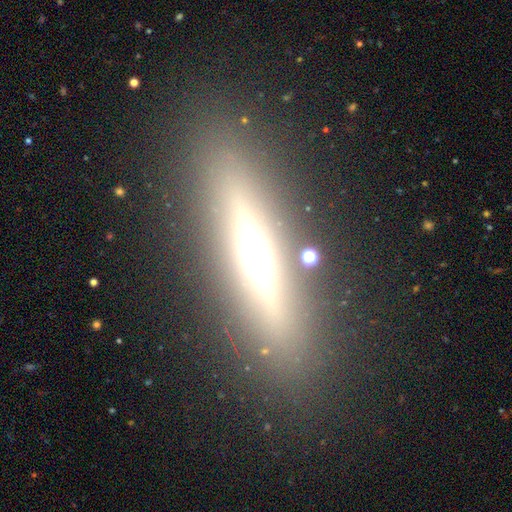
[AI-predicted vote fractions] A featured or disk galaxy (71%) viewed edge-on (94%) with a rounded central bulge (75%).

Vote fractions:
- Smooth or featured? featured or disk: 71% / smooth: 16% / star or artifact: 13%
- Edge-on disk? yes: 94% / no: 6%
- Edge-on bulge? rounded: 75% / boxy: 17% / none: 8%
- Merging? none: 86% / minor disturbance: 9% / major disturbance: 4% / merger: 2%